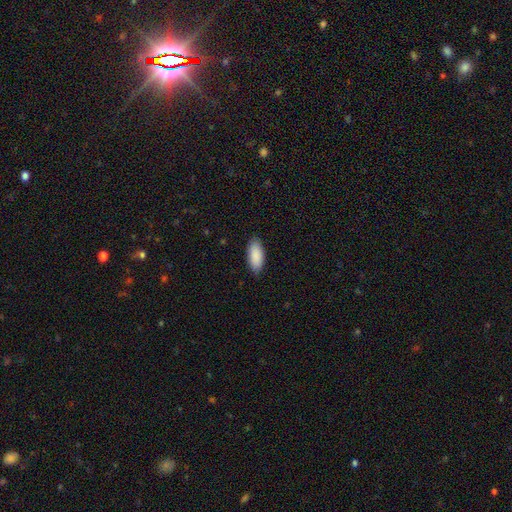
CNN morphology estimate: smooth-or-featured: smooth: 90% | star or artifact: 6% | featured or disk: 4%
  how-rounded: in between: 87% | cigar-shaped: 12% | round: 2%
  merging: none: 86% | minor disturbance: 11% | major disturbance: 2% | merger: 1%